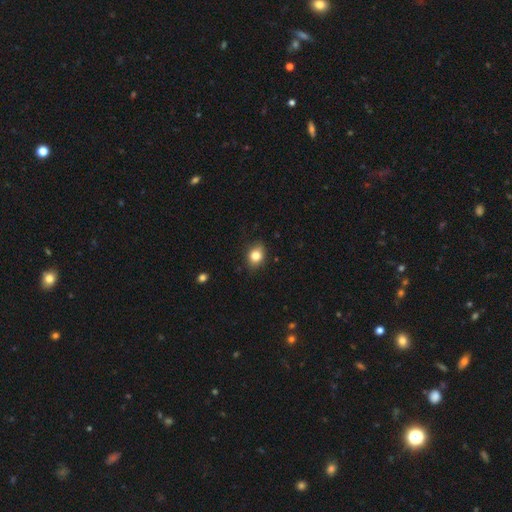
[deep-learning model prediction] A smooth galaxy with no disk features (82%) that is in between round and cigar-shaped (55%). Merging: none (81%).